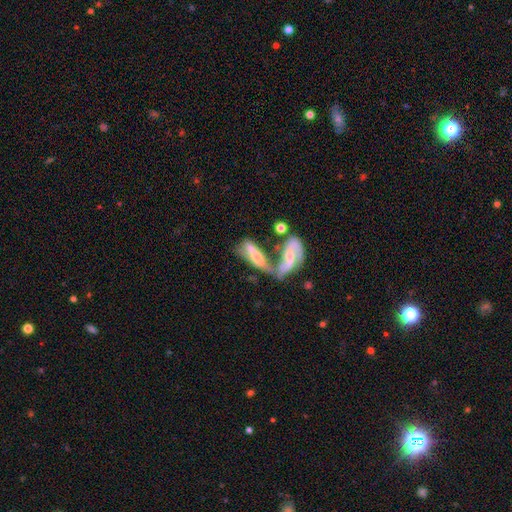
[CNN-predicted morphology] The model was most divided on "smooth or featured": featured or disk: 54%, smooth: 38%, star or artifact: 8%. More confident: edge-on disk — no (79%); merging — merger (69%).